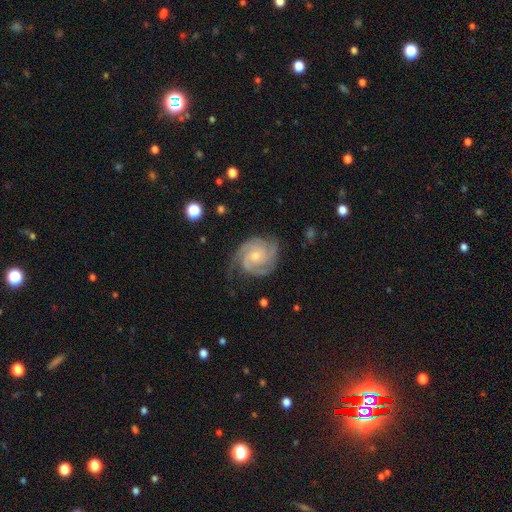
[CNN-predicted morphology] smooth-or-featured: featured or disk: 89% | smooth: 7% | star or artifact: 5%
  disk-edge-on: no: 98% | yes: 2%
    bar: no: 71% | weak: 25% | strong: 5%
    has-spiral-arms: yes: 98% | no: 2%
      spiral-winding: tight: 62% | medium: 33% | loose: 5%
      spiral-arm-count: 3: 45% | 2: 26% | can't tell: 12% | 4: 8% | 1: 4% | more than 4: 4%
    bulge-size: small: 61% | moderate: 35% | none: 2% | large: 1% | dominant: 1%
  merging: none: 72% | minor disturbance: 19% | major disturbance: 8% | merger: 1%